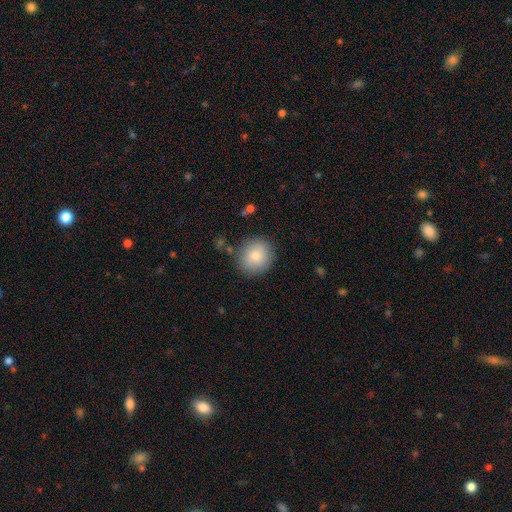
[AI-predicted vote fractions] This appears to be a smooth galaxy with no disk features (82%) that is round (86%). Merging: none (84%).